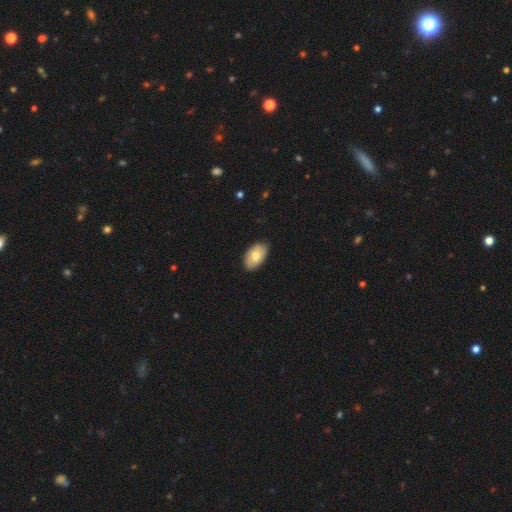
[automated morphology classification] Smooth or featured?
  - smooth: 77% *
  - featured or disk: 17%
  - star or artifact: 6%
How rounded?
  - in between: 93% *
  - round: 6%
  - cigar-shaped: 1%
Merging?
  - none: 84% *
  - minor disturbance: 13%
  - major disturbance: 2%
  - merger: 1%